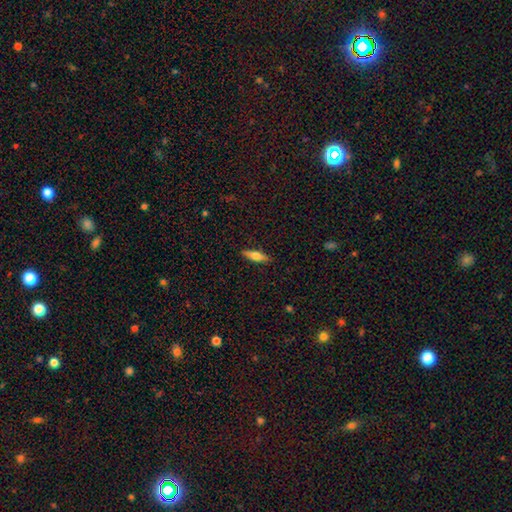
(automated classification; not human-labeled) Smooth or featured: smooth — 65% (featured or disk — 29%)
How rounded: cigar-shaped — 55% (in between — 42%)
Merging: none — 89% (minor disturbance — 8%)